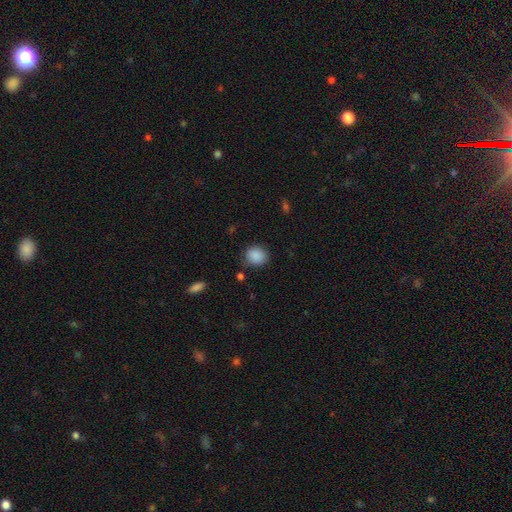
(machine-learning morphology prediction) Smooth or featured?
  - smooth: 88% *
  - star or artifact: 8%
  - featured or disk: 3%
How rounded?
  - round: 71% *
  - in between: 28%
  - cigar-shaped: 1%
Merging?
  - none: 80% *
  - minor disturbance: 14%
  - major disturbance: 4%
  - merger: 2%